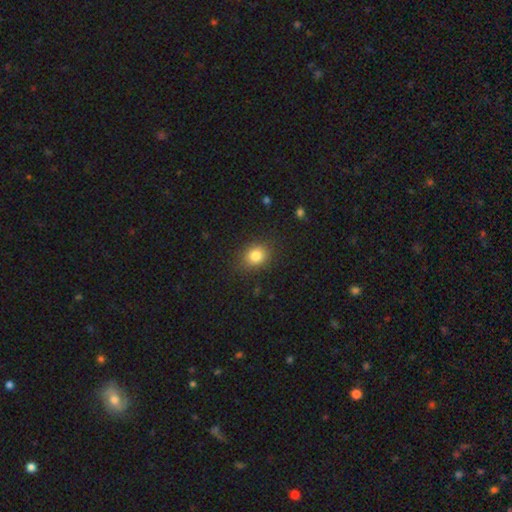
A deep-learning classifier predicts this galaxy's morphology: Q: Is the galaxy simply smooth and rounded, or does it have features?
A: smooth — 83%.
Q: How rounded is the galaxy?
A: round — 61%.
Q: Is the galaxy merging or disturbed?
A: none — 84%.